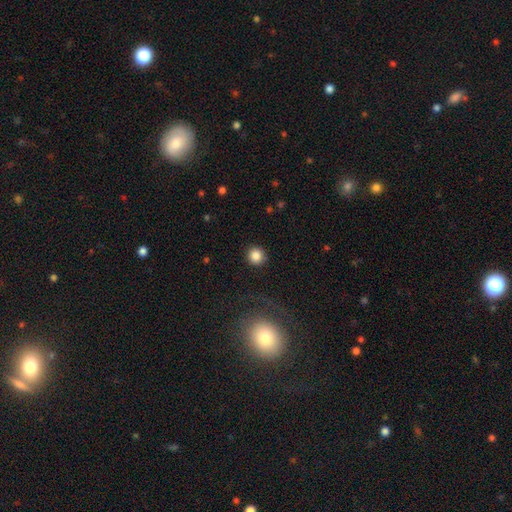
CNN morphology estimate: type=smooth (85%); roundness=round (93%); merging=none (91%).